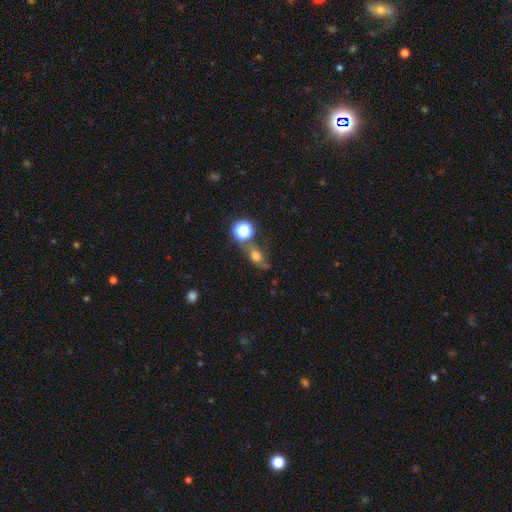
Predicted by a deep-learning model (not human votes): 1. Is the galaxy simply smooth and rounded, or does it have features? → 57% smooth, 22% featured or disk, 21% star or artifact.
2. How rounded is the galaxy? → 52% in between, 42% round, 6% cigar-shaped.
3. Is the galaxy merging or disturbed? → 51% none, 20% minor disturbance, 16% merger, 12% major disturbance.